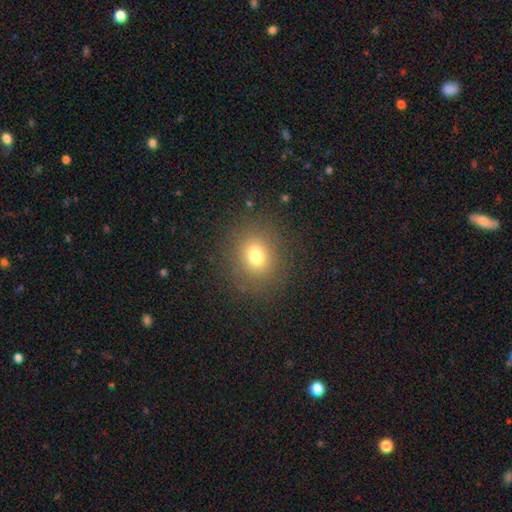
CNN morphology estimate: Smooth or featured?
  - smooth: 73% *
  - star or artifact: 16%
  - featured or disk: 11%
How rounded?
  - round: 71% *
  - in between: 28%
  - cigar-shaped: 1%
Merging?
  - none: 86% *
  - minor disturbance: 9%
  - major disturbance: 4%
  - merger: 1%